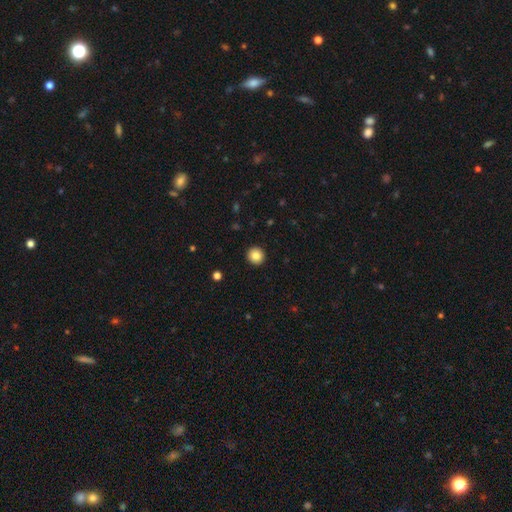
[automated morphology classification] A smooth galaxy with no disk features (85%) that is round (94%).

Vote fractions:
- Smooth or featured? smooth: 85% / star or artifact: 9% / featured or disk: 5%
- How rounded? round: 94% / in between: 5% / cigar-shaped: 1%
- Merging? none: 93% / minor disturbance: 4% / major disturbance: 2% / merger: 1%